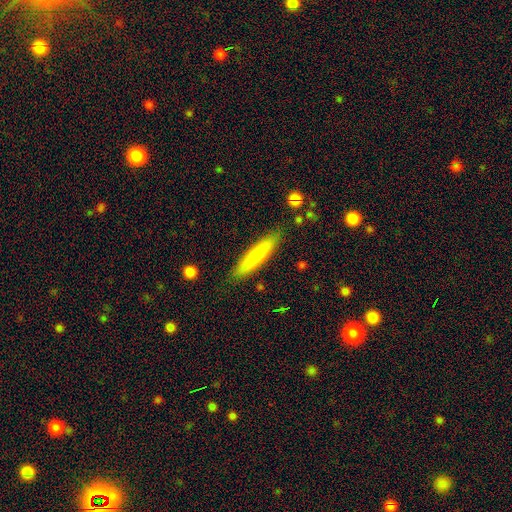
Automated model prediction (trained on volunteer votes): This is likely a smooth galaxy (79%). How rounded: clearly cigar-shaped (90%). Merging: clearly none (87%).